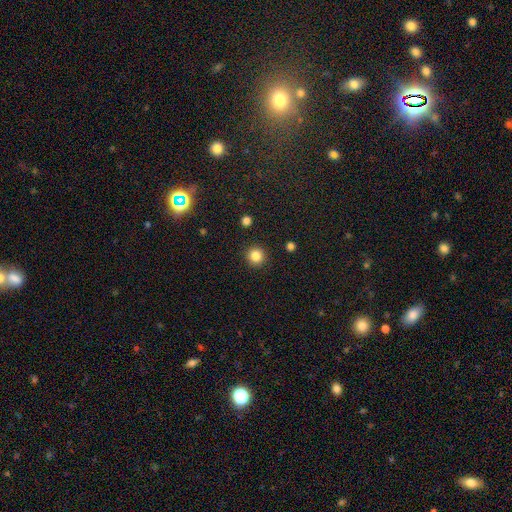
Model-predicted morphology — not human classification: Smooth or featured? smooth (85%)
How rounded? round (94%)
Merging? none (92%)